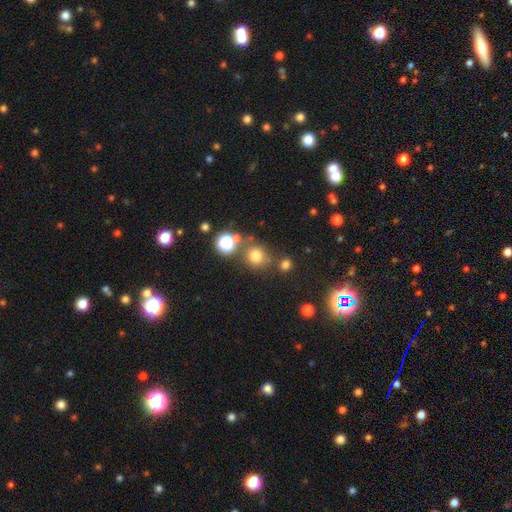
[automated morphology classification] Smooth or featured? smooth (73%)
How rounded? round (88%)
Merging? none (71%)